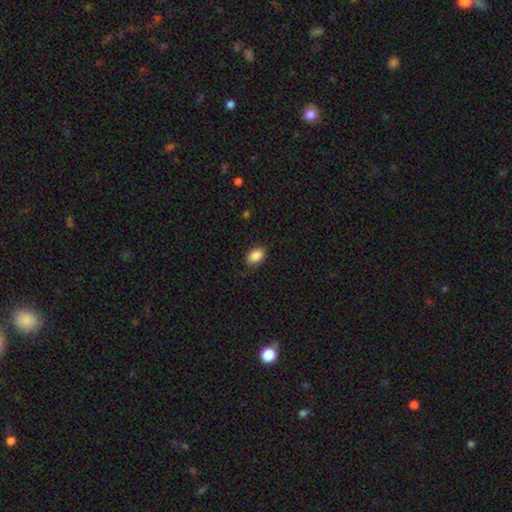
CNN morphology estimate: This is clearly a smooth galaxy (88%). How rounded: clearly in between (88%). Merging: clearly none (82%).